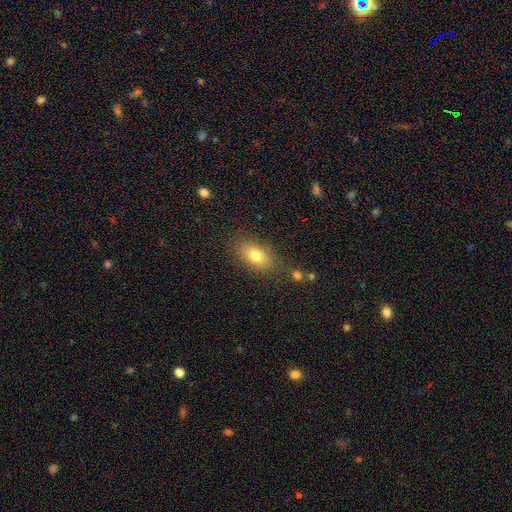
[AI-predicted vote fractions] Morphology: type=smooth (77%); roundness=in between (84%); merging=none (78%).